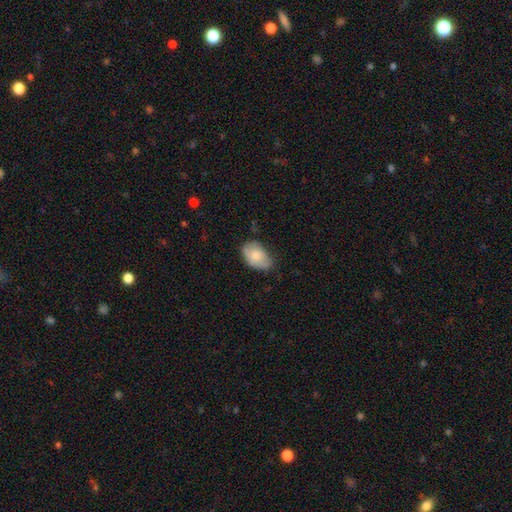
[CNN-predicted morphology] Smooth or featured: smooth — 75% (featured or disk — 19%)
How rounded: in between — 89% (round — 10%)
Merging: none — 59% (minor disturbance — 33%)